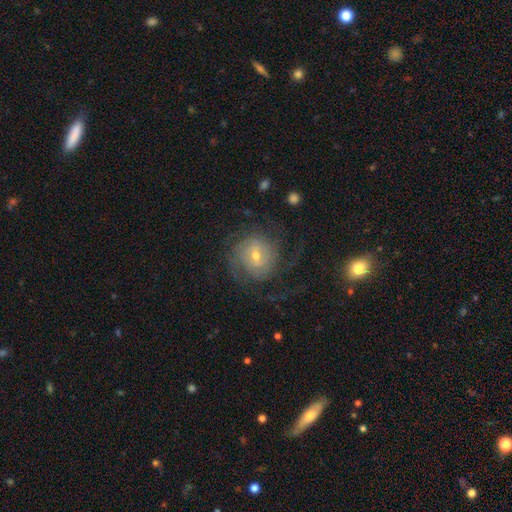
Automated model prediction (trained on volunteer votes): Smooth or featured?
  - featured or disk: 78% *
  - smooth: 15%
  - star or artifact: 7%
Edge-on disk?
  - no: 97% *
  - yes: 3%
Bar?
  - weak: 51% *
  - no: 38%
  - strong: 12%
Spiral arms?
  - yes: 92% *
  - no: 8%
Spiral winding?
  - tight: 50% *
  - medium: 35%
  - loose: 15%
Spiral arm count?
  - can't tell: 36% *
  - 2: 29%
  - 3: 16%
  - 4: 8%
  - 1: 6%
  - more than 4: 6%
Bulge size?
  - small: 55% *
  - moderate: 40%
  - large: 3%
  - none: 1%
  - dominant: 1%
Merging?
  - none: 65% *
  - major disturbance: 19%
  - minor disturbance: 15%
  - merger: 2%